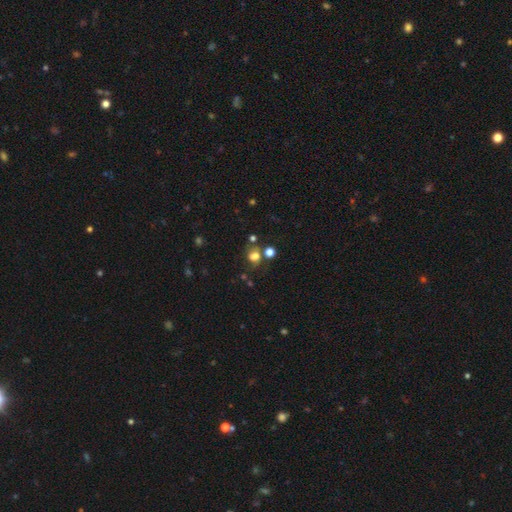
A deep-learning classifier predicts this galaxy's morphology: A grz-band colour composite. It shows a smooth galaxy with no disk features (66%) that is round (62%). Merging: none (58%).